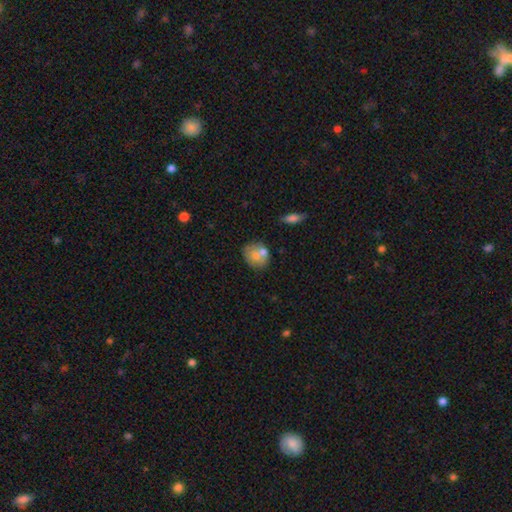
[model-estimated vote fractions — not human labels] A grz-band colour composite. It shows a smooth galaxy with no disk features (64%) that is round (61%). Merging: none (52%).